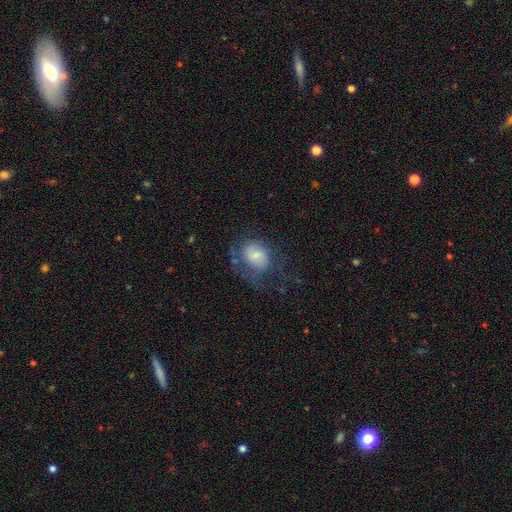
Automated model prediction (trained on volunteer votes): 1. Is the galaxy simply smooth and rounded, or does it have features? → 52% smooth, 38% featured or disk, 9% star or artifact.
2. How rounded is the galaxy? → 57% in between, 42% round, 1% cigar-shaped.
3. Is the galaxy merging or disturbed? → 40% none, 33% major disturbance, 24% minor disturbance, 3% merger.